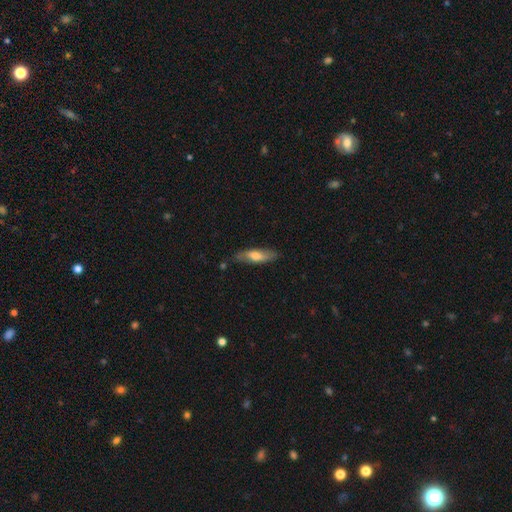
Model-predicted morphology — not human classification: Overall: smooth (62%; featured or disk 32%). How rounded: cigar-shaped (52%; in between 46%). Merging: none (78%).